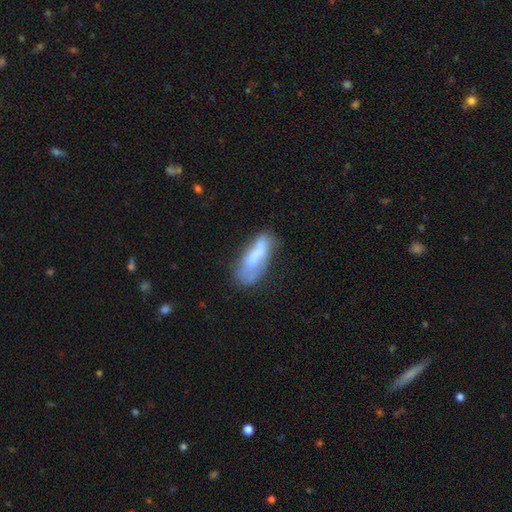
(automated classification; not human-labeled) Q: Smooth or featured?
A: smooth (63%); runner-up: featured or disk (29%)
Q: How rounded?
A: in between (61%); runner-up: cigar-shaped (37%)
Q: Merging?
A: none (44%); runner-up: minor disturbance (30%)